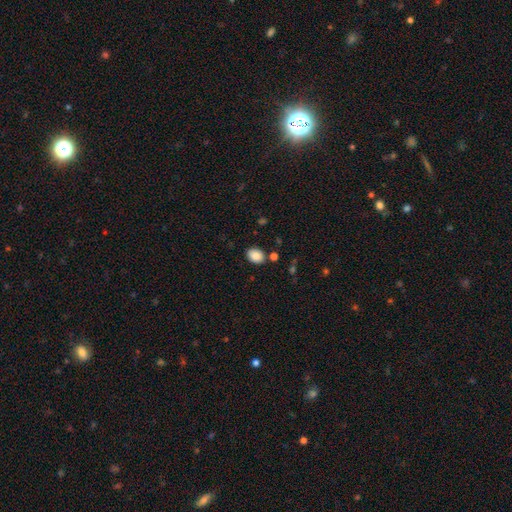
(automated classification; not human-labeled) Smooth or featured: smooth — 87% (star or artifact — 8%)
How rounded: in between — 71% (round — 28%)
Merging: none — 82% (minor disturbance — 10%)